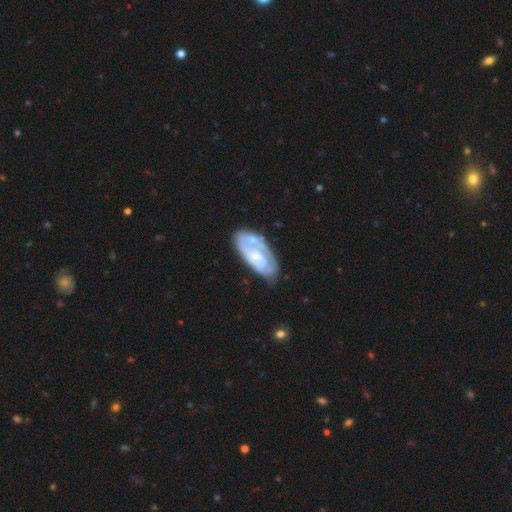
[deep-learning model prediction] Smooth or featured?
  - featured or disk: 67% *
  - smooth: 27%
  - star or artifact: 5%
Edge-on disk?
  - no: 94% *
  - yes: 6%
Bar?
  - no: 67% *
  - weak: 27%
  - strong: 6%
Spiral arms?
  - yes: 75% *
  - no: 25%
Bulge size?
  - small: 49% *
  - moderate: 38%
  - none: 7%
  - large: 4%
  - dominant: 1%
Merging?
  - none: 55% *
  - minor disturbance: 26%
  - major disturbance: 10%
  - merger: 9%